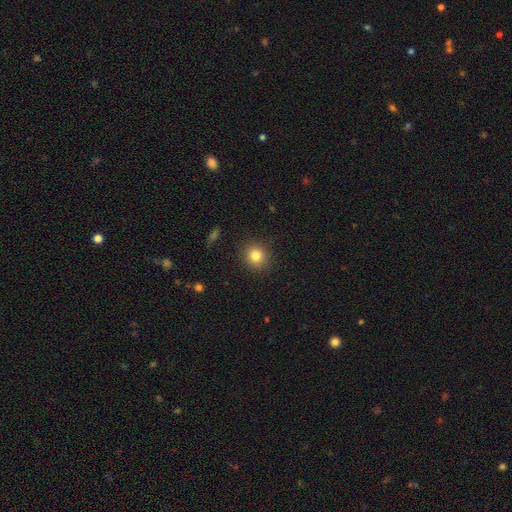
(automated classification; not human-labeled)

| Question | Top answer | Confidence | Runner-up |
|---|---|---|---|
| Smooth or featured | smooth | 83% | star or artifact (11%) |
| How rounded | round | 89% | in between (10%) |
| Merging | none | 90% | minor disturbance (6%) |